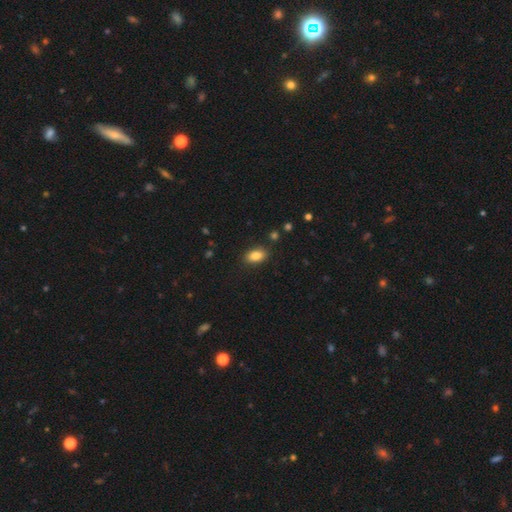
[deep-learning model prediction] smooth_or_featured: smooth (p=0.85) [alt: star or artifact p=0.08]
how_rounded: in between (p=0.89) [alt: round p=0.07]
merging: none (p=0.86) [alt: minor disturbance p=0.10]